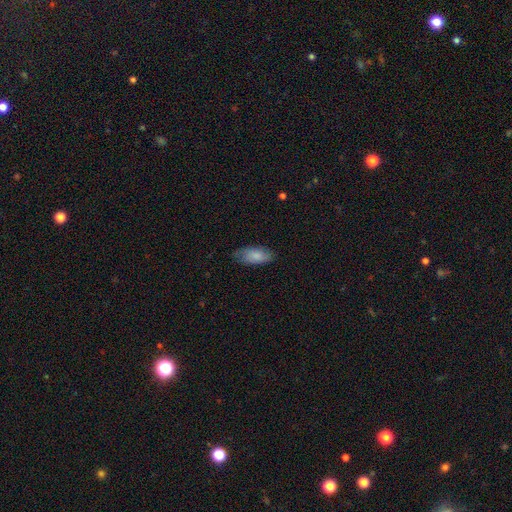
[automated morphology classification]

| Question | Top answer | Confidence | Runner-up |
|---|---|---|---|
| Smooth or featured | smooth | 80% | featured or disk (14%) |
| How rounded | in between | 88% | cigar-shaped (9%) |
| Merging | none | 73% | minor disturbance (21%) |